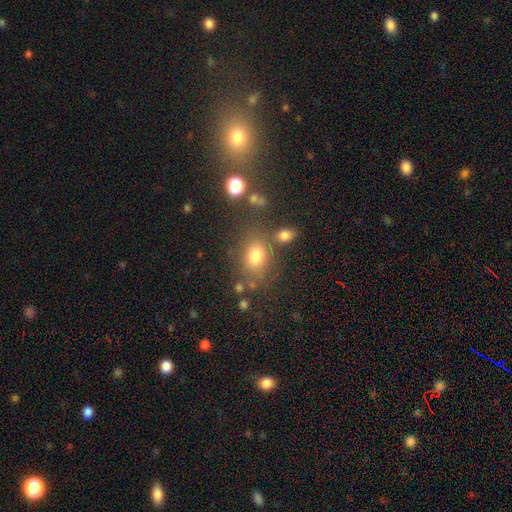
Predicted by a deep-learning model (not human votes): This is likely a smooth galaxy (74%). How rounded: possibly in between (57%). Merging: likely none (68%).